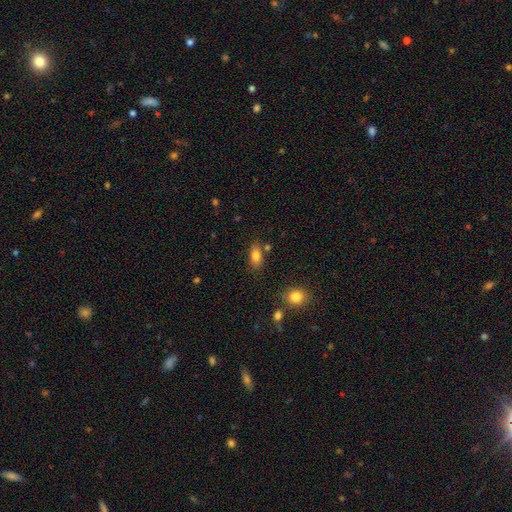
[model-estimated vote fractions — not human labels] smooth-or-featured: smooth: 80% | featured or disk: 11% | star or artifact: 9%
  how-rounded: in between: 87% | round: 7% | cigar-shaped: 6%
  merging: none: 74% | minor disturbance: 15% | merger: 8% | major disturbance: 4%